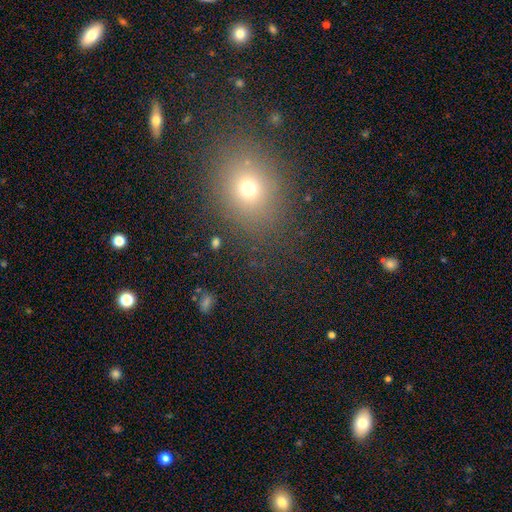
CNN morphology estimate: This is likely a smooth galaxy (62%). How rounded: possibly round (57%). Merging: clearly none (87%).